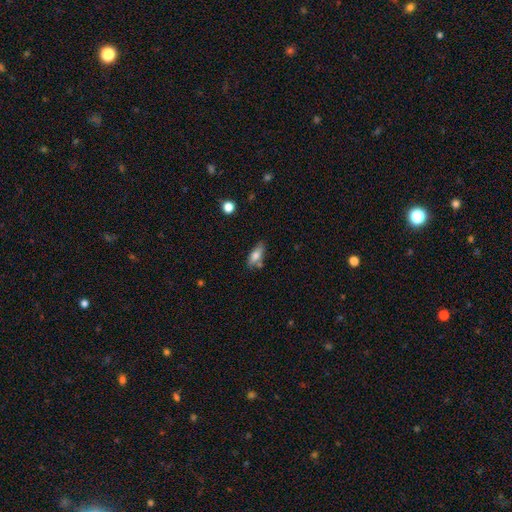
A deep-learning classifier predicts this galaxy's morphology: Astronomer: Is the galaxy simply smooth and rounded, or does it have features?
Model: smooth — 74%.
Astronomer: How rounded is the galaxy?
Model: in between — 73%.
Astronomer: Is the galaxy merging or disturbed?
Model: none — 65%.